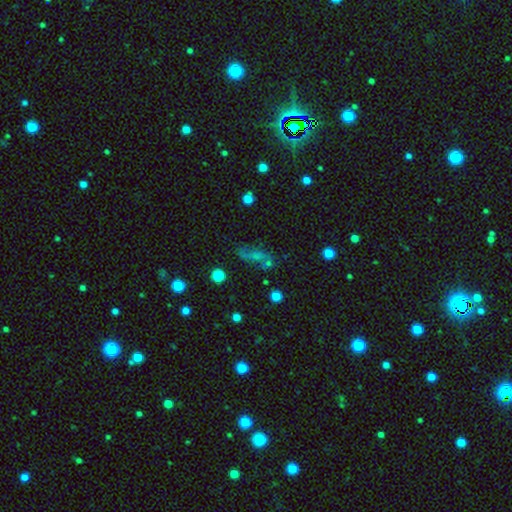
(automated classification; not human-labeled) The model was most divided on "smooth or featured": smooth: 44%, featured or disk: 33%, star or artifact: 23%. More confident: merging — none (55%).